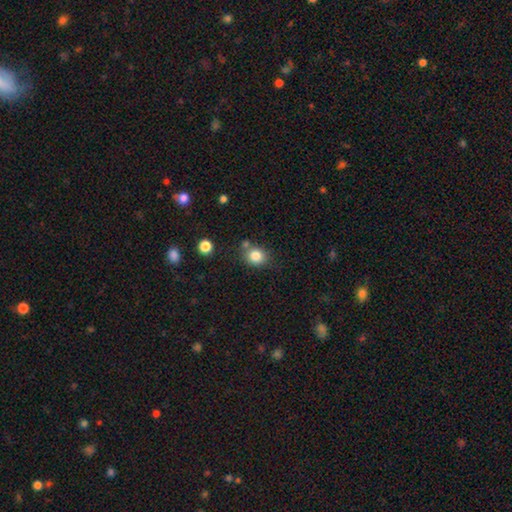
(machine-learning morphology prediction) This is clearly a smooth galaxy (83%). How rounded: likely round (76%). Merging: likely none (70%).